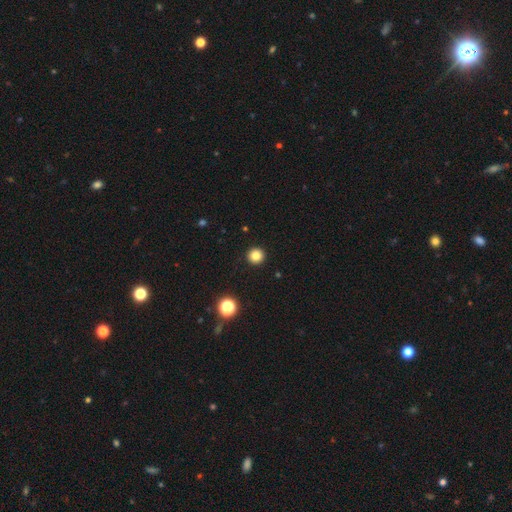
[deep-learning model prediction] Smooth or featured? smooth (83%)
How rounded? round (95%)
Merging? none (94%)